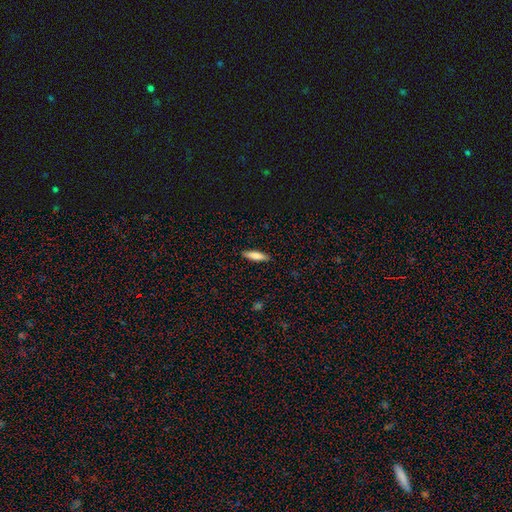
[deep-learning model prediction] Smooth or featured? Predicted: smooth (p=0.77). How rounded? Predicted: cigar-shaped (p=0.68). Merging? Predicted: none (p=0.90).